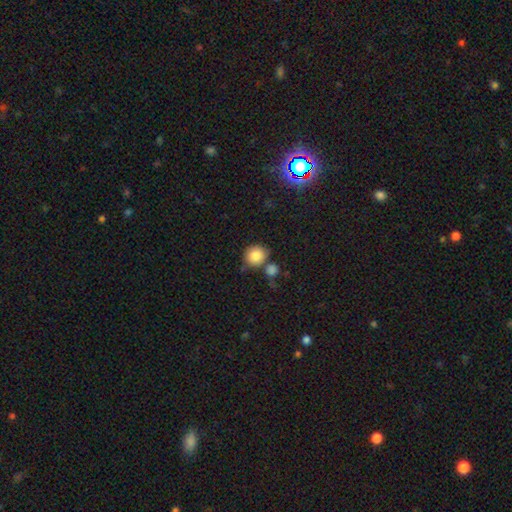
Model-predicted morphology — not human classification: type=smooth (85%); roundness=round (89%); merging=none (65%).